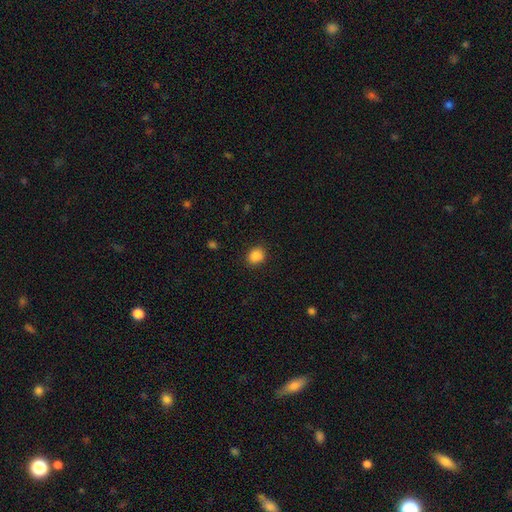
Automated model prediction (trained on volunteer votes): Overall: smooth (87%). How rounded: round (65%; in between 34%). Merging: none (87%).